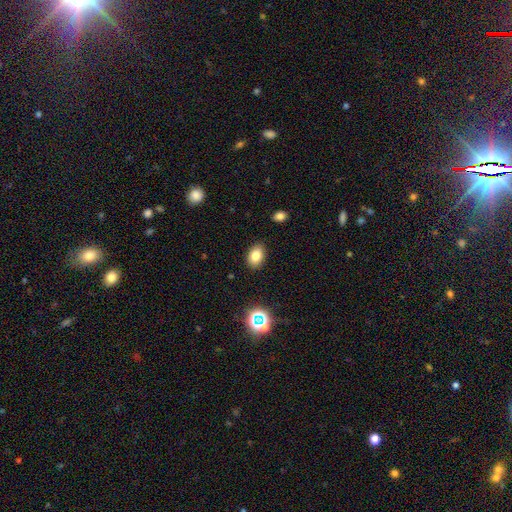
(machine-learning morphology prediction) This appears to be a smooth galaxy with no disk features (81%) that is in between round and cigar-shaped (83%). Merging: none (87%).